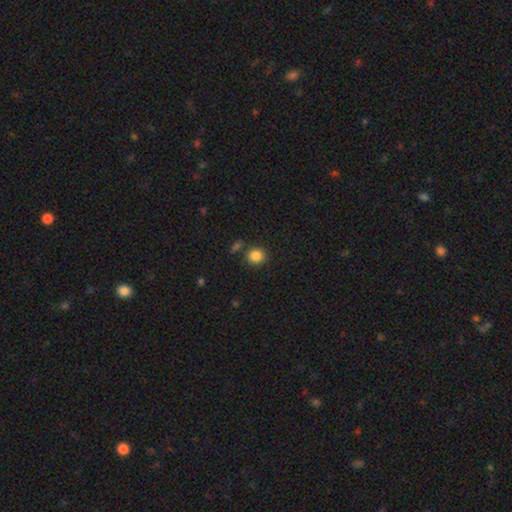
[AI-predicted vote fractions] A smooth galaxy with no disk features (86%) that is round (86%).

Vote fractions:
- Smooth or featured? smooth: 86% / star or artifact: 10% / featured or disk: 4%
- How rounded? round: 86% / in between: 13% / cigar-shaped: 1%
- Merging? none: 79% / minor disturbance: 9% / merger: 8% / major disturbance: 3%